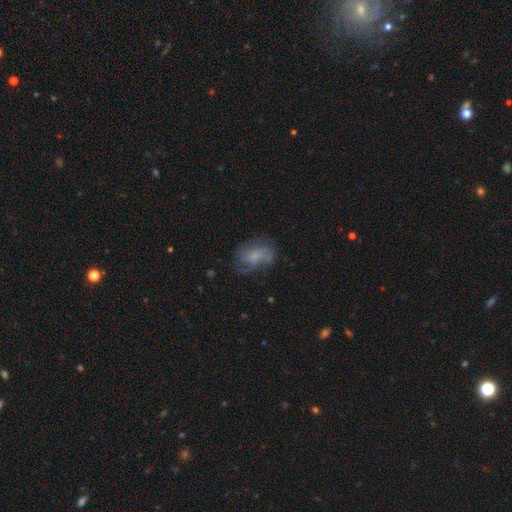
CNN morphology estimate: A featured or disk galaxy (48%). Merging: none (57%).